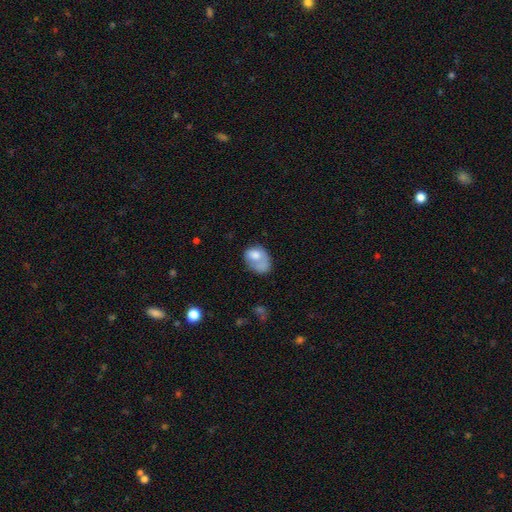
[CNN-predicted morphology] Smooth or featured? Predicted: smooth (p=0.67). How rounded? Predicted: in between (p=0.73). Merging? Predicted: major disturbance (p=0.29).